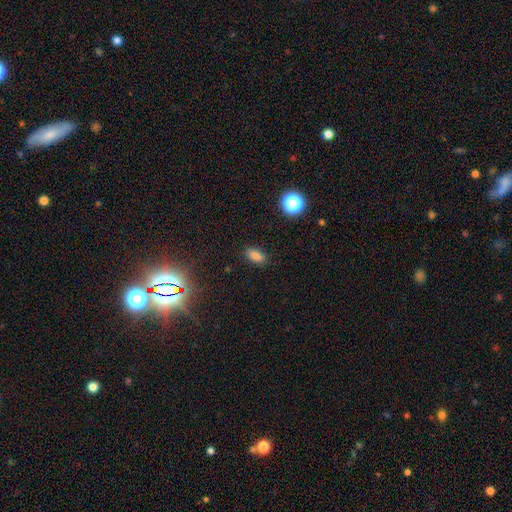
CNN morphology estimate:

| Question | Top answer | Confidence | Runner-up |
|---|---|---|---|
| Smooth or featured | smooth | 80% | star or artifact (14%) |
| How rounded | in between | 87% | round (7%) |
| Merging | none | 87% | minor disturbance (9%) |